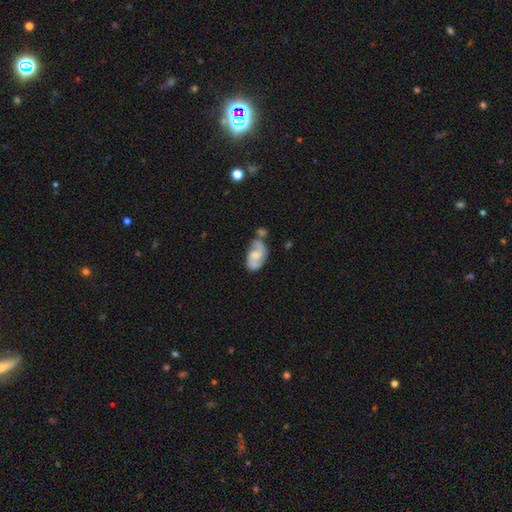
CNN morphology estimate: featured or disk 59%, smooth 34%, star or artifact 7%. Down the decision tree: edge-on disk — no (96%); bar — no (51%); spiral arms — yes (86%); bulge size — moderate (47%); merging — none (44%).